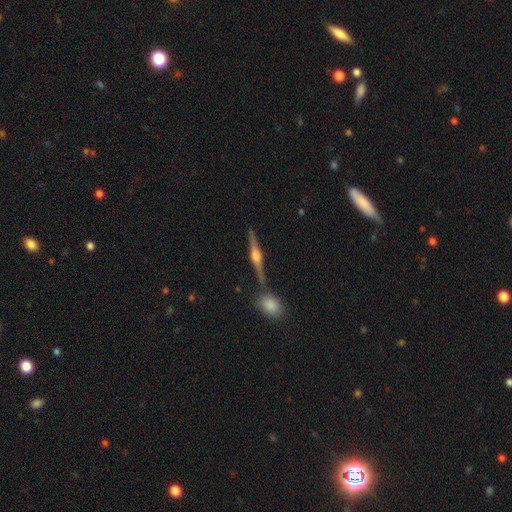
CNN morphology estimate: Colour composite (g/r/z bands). It shows a featured or disk galaxy (83%) viewed edge-on (98%) with a rounded central bulge (90%). Merging: none (83%).